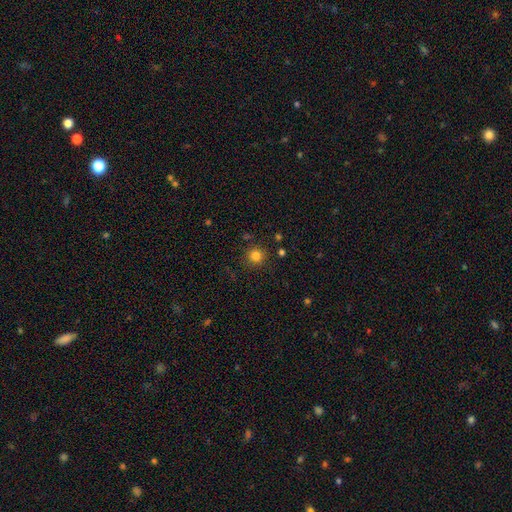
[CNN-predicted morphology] Smooth or featured?
  - smooth: 82% *
  - star or artifact: 14%
  - featured or disk: 5%
How rounded?
  - round: 94% *
  - in between: 5%
  - cigar-shaped: 1%
Merging?
  - none: 87% *
  - minor disturbance: 8%
  - major disturbance: 3%
  - merger: 2%